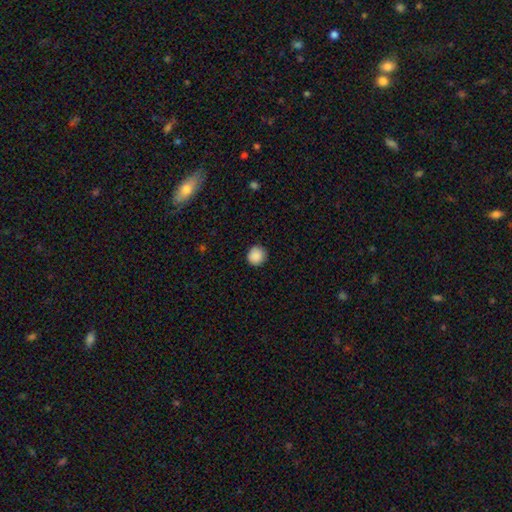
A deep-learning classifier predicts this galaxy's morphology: A smooth galaxy with no disk features (89%) that is round (93%).

Vote fractions:
- Smooth or featured? smooth: 89% / star or artifact: 8% / featured or disk: 2%
- How rounded? round: 93% / in between: 6% / cigar-shaped: 1%
- Merging? none: 89% / minor disturbance: 8% / major disturbance: 2% / merger: 1%